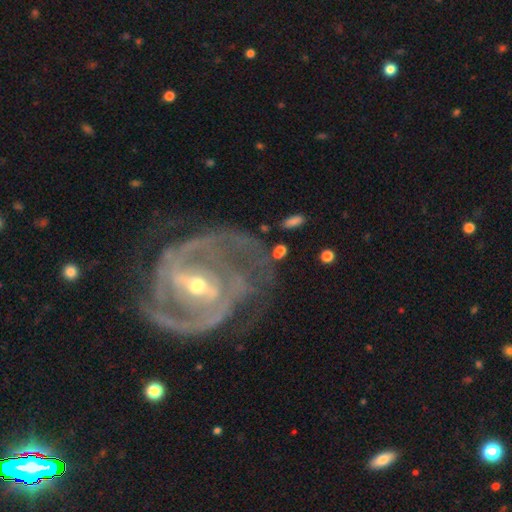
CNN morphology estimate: smooth-or-featured: featured or disk: 91% | star or artifact: 5% | smooth: 3%
  disk-edge-on: no: 97% | yes: 3%
    bar: strong: 59% | weak: 30% | no: 11%
    has-spiral-arms: yes: 97% | no: 3%
      spiral-winding: medium: 47% | tight: 42% | loose: 10%
      spiral-arm-count: 2: 71% | 3: 11% | can't tell: 8% | 4: 4% | 1: 3% | more than 4: 3%
    bulge-size: small: 60% | moderate: 37% | large: 2% | none: 1% | dominant: 1%
  merging: none: 68% | minor disturbance: 17% | major disturbance: 12% | merger: 2%